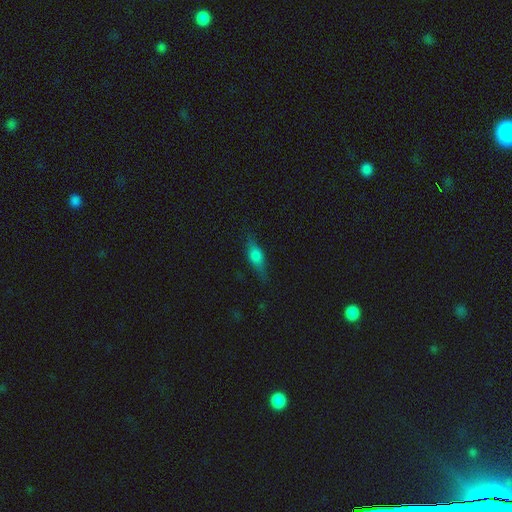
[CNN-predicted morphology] smooth 59%, featured or disk 31%, star or artifact 10%. Down the decision tree: how rounded — in between (60%); merging — none (76%).